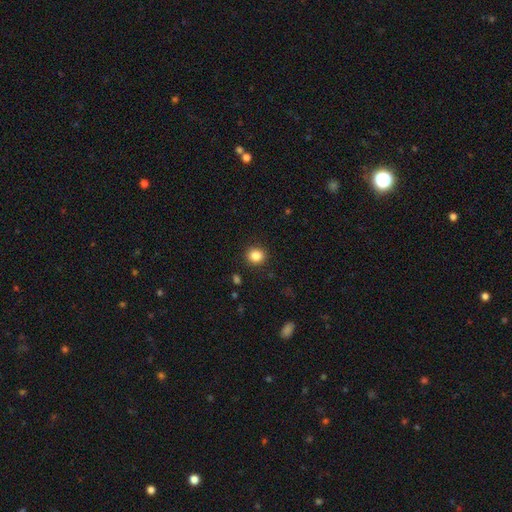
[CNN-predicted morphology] Overall: smooth (85%). How rounded: round (83%). Merging: none (91%).